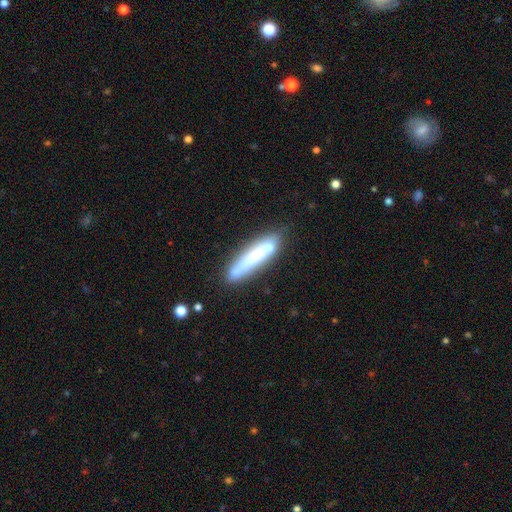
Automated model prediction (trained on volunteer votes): Smooth or featured: smooth — 59% (featured or disk — 34%)
How rounded: cigar-shaped — 83% (in between — 16%)
Merging: none — 65% (minor disturbance — 19%)